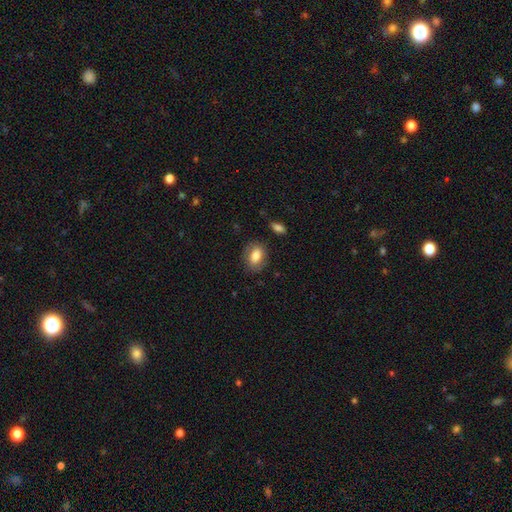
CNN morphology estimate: This appears to be a smooth galaxy with no disk features (78%) that is in between round and cigar-shaped (75%). Merging: none (79%).